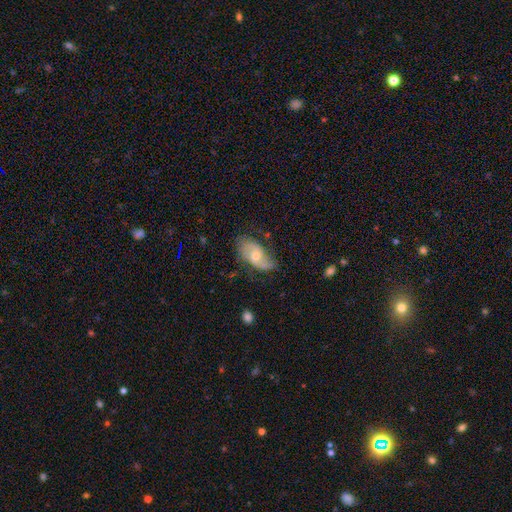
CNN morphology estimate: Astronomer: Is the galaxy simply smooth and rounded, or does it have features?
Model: featured or disk — 58% (runner-up: smooth, 36%).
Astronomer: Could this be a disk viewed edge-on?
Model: no — 93%.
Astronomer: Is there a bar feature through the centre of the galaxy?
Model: no — 60%.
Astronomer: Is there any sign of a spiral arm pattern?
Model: yes — 83%.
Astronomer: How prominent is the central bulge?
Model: moderate — 56% (runner-up: small, 37%).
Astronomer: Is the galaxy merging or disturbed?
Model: none — 62%.